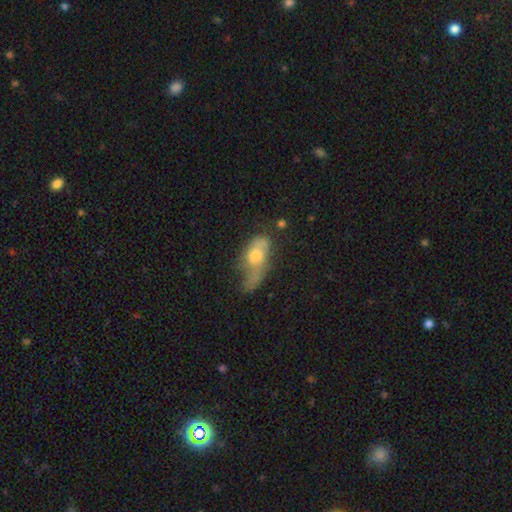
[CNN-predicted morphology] Smooth or featured: smooth — 50% (featured or disk — 42%)
Merging: major disturbance — 44% (minor disturbance — 26%)